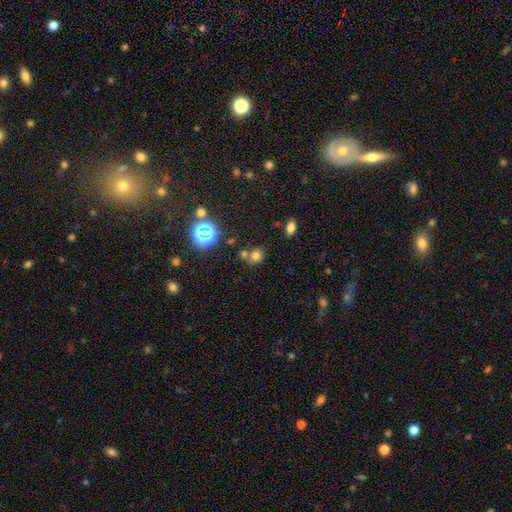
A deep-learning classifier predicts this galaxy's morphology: Overall: smooth (68%). How rounded: round (73%). Merging: none (55%; merger 30%).